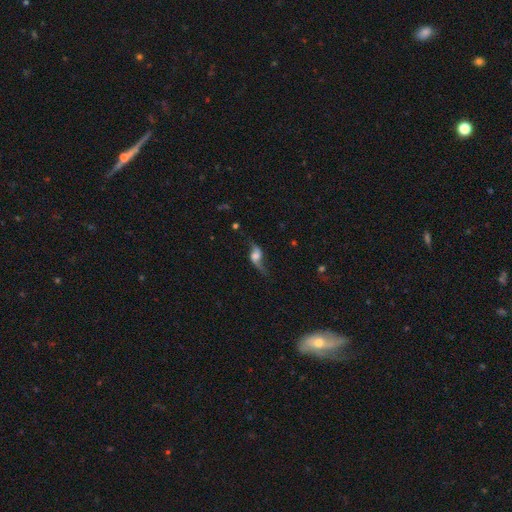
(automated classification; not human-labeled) The model was most divided on "bulge size": moderate: 32%, large: 27%, small: 20%, none: 13%, dominant: 8%. More confident: spiral winding — loose (91%); spiral arms — yes (89%); edge-on disk — no (87%); spiral arm count — 2 (86%); smooth or featured — featured or disk (68%); bar — no (59%); merging — none (52%).